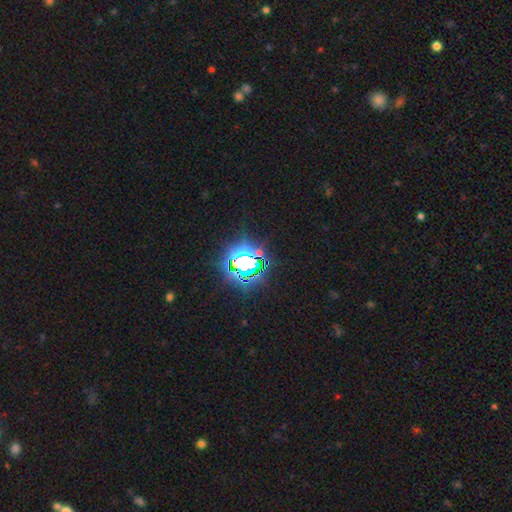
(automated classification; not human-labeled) This is likely a star or artifact rather than a galaxy (78%).